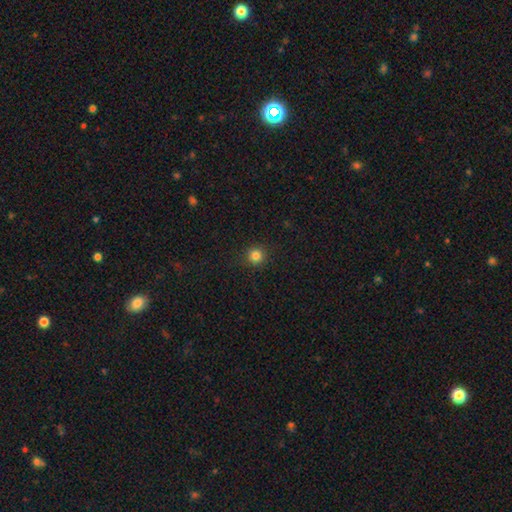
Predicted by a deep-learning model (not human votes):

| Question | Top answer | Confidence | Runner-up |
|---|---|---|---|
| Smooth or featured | smooth | 82% | star or artifact (13%) |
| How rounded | round | 95% | in between (4%) |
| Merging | none | 92% | minor disturbance (5%) |